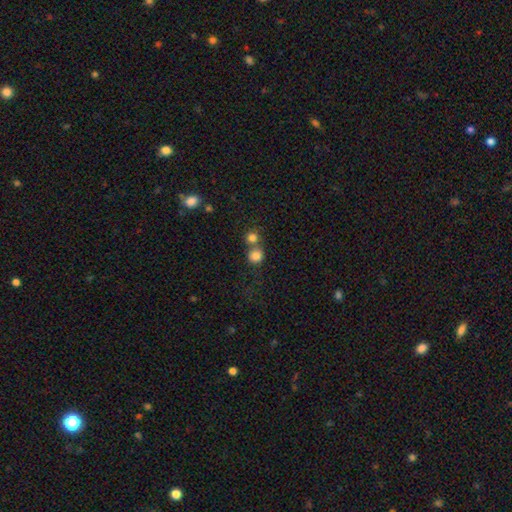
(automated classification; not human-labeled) This is clearly a smooth galaxy (81%). How rounded: clearly round (89%). Merging: possibly none (51%).